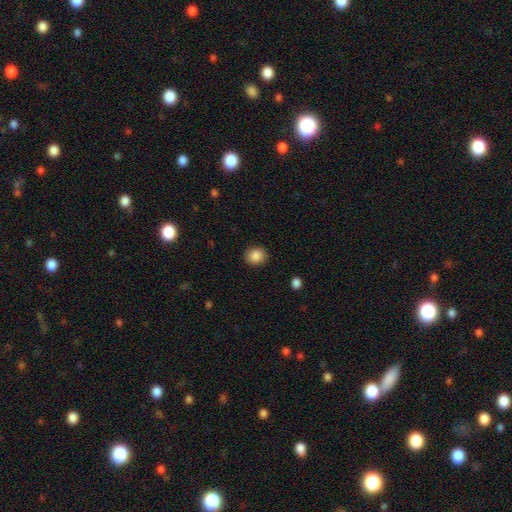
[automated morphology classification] smooth-or-featured: smooth: 87% | star or artifact: 9% | featured or disk: 4%
  how-rounded: round: 70% | in between: 29% | cigar-shaped: 1%
  merging: none: 90% | minor disturbance: 7% | major disturbance: 2% | merger: 1%